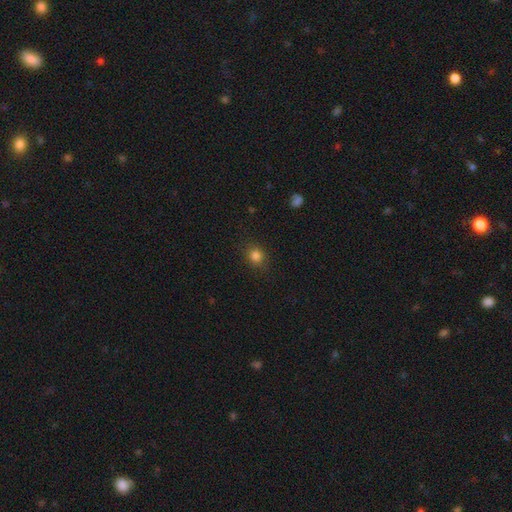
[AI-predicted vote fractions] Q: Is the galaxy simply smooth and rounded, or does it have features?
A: smooth — 83%.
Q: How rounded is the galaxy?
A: round — 72%.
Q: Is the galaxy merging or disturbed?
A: none — 86%.